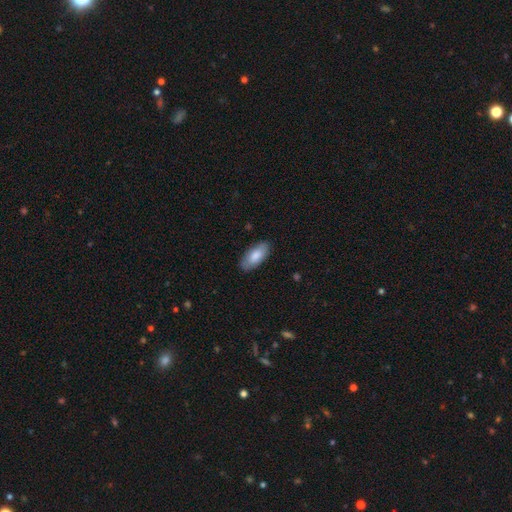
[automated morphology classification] Smooth or featured? smooth (82%)
How rounded? in between (90%)
Merging? none (85%)